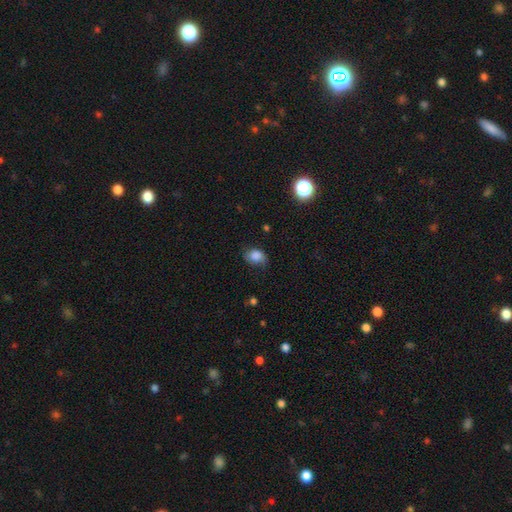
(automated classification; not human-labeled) Smooth or featured?
  - smooth: 82% *
  - star or artifact: 9%
  - featured or disk: 9%
How rounded?
  - in between: 66% *
  - round: 33%
  - cigar-shaped: 1%
Merging?
  - none: 61% *
  - minor disturbance: 29%
  - major disturbance: 8%
  - merger: 2%